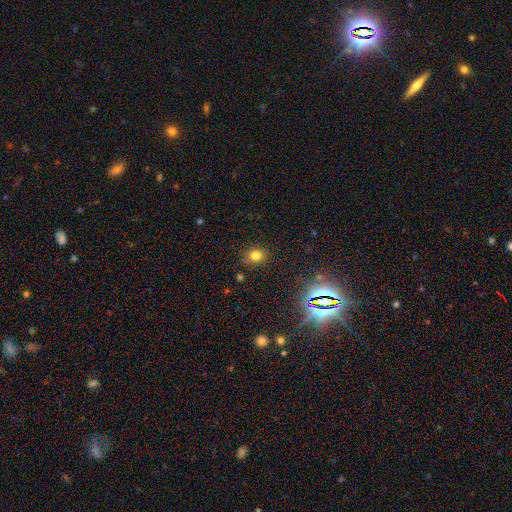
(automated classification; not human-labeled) A smooth galaxy with no disk features (76%) that is round (60%).

Vote fractions:
- Smooth or featured? smooth: 76% / star or artifact: 17% / featured or disk: 7%
- How rounded? round: 60% / in between: 38% / cigar-shaped: 1%
- Merging? none: 82% / minor disturbance: 13% / major disturbance: 3% / merger: 2%